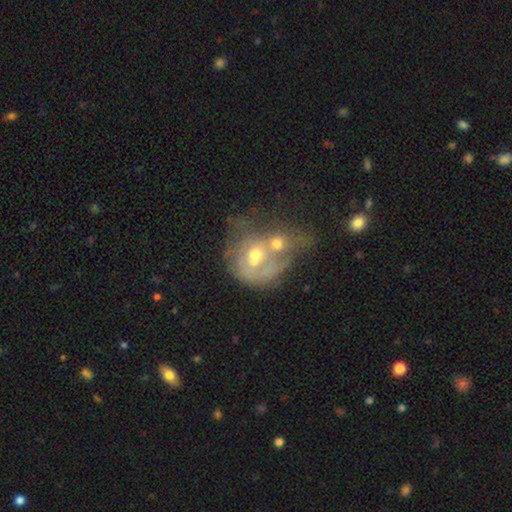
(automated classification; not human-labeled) This is possibly a featured or disk galaxy (54%). It is clearly not viewed edge-on (96%). Bar: likely no (78%). Spiral arm pattern: likely no (64%). Central bulge: likely moderate (63%). Merging: likely merger (68%).